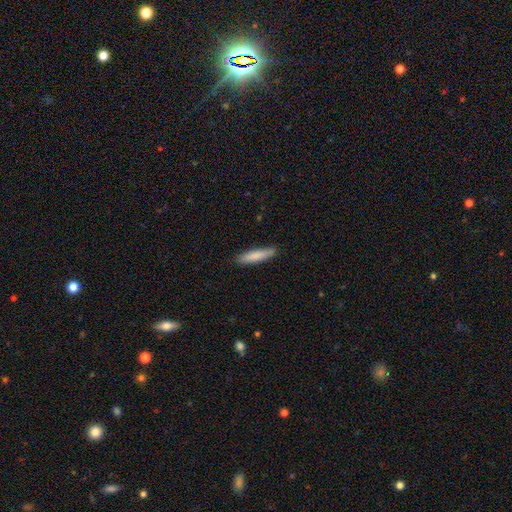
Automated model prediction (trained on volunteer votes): Overall: smooth (83%). How rounded: cigar-shaped (83%). Merging: none (87%).